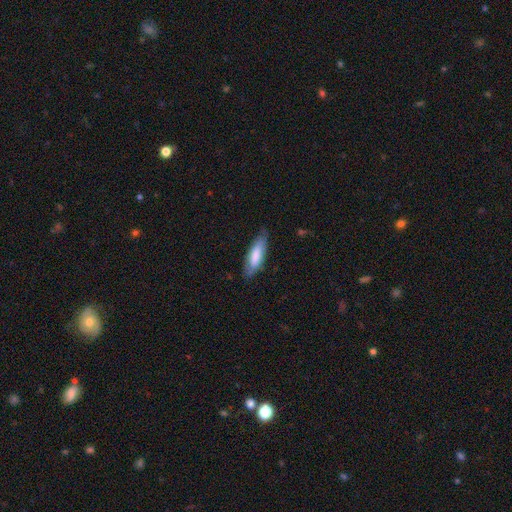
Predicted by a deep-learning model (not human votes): The model was most divided on "how rounded": in between: 50%, cigar-shaped: 49%, round: 1%. More confident: smooth or featured — smooth (74%); merging — none (72%).